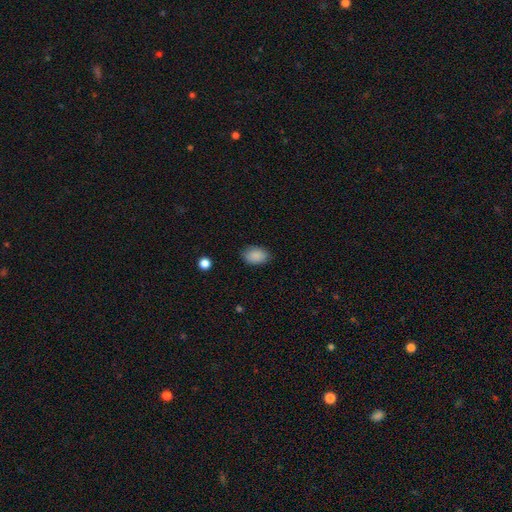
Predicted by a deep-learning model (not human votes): Smooth or featured?
  - smooth: 88% *
  - star or artifact: 8%
  - featured or disk: 4%
How rounded?
  - in between: 80% *
  - round: 19%
  - cigar-shaped: 1%
Merging?
  - none: 82% *
  - minor disturbance: 14%
  - major disturbance: 3%
  - merger: 1%